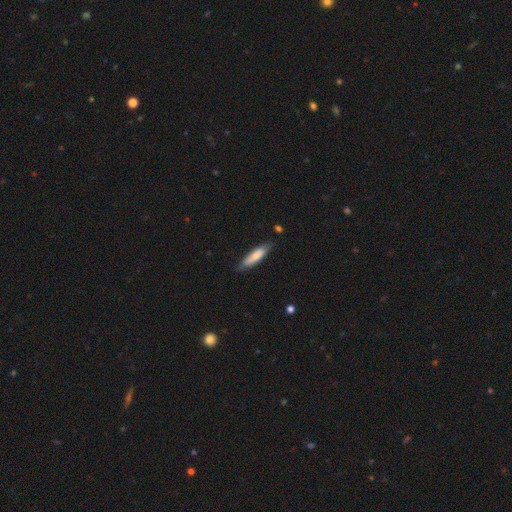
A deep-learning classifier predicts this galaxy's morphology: Smooth or featured? smooth (75%)
How rounded? cigar-shaped (72%)
Merging? none (80%)